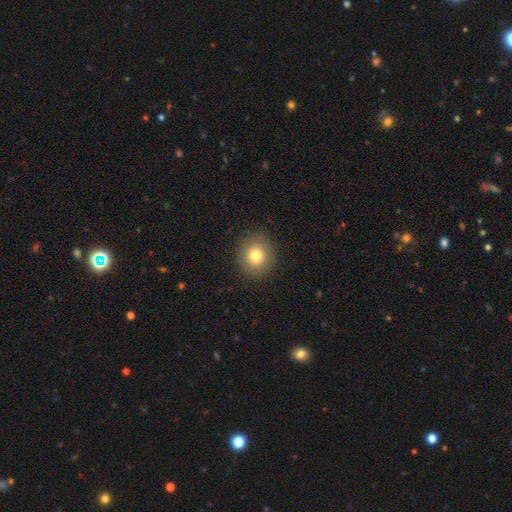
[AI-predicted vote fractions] A smooth galaxy with no disk features (79%) that is round (84%). Merging: none (89%).